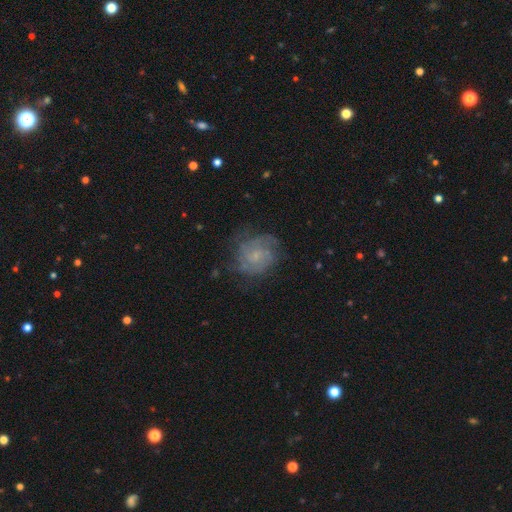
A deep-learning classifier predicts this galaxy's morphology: Q: Smooth or featured?
A: featured or disk (64%); runner-up: smooth (26%)
Q: Edge-on disk?
A: no (98%); runner-up: yes (2%)
Q: Bar?
A: no (74%); runner-up: weak (23%)
Q: Spiral arms?
A: yes (85%); runner-up: no (15%)
Q: Spiral winding?
A: tight (50%); runner-up: medium (37%)
Q: Spiral arm count?
A: can't tell (43%); runner-up: 2 (21%)
Q: Bulge size?
A: small (63%); runner-up: none (18%)
Q: Merging?
A: none (67%); runner-up: minor disturbance (20%)